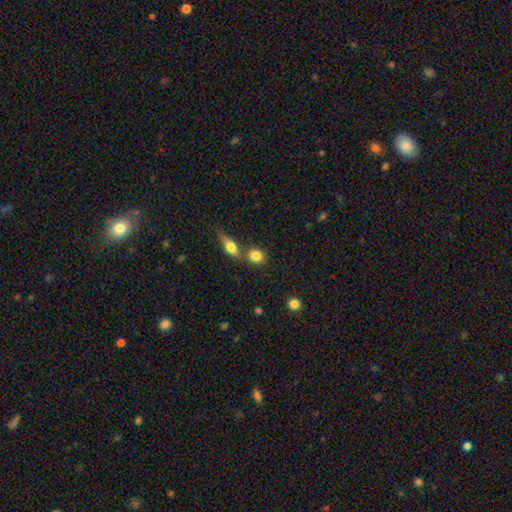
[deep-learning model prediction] A smooth galaxy with no disk features (82%) that is round (63%).

Vote fractions:
- Smooth or featured? smooth: 82% / star or artifact: 9% / featured or disk: 9%
- How rounded? round: 63% / in between: 34% / cigar-shaped: 3%
- Merging? none: 56% / merger: 31% / minor disturbance: 9% / major disturbance: 4%